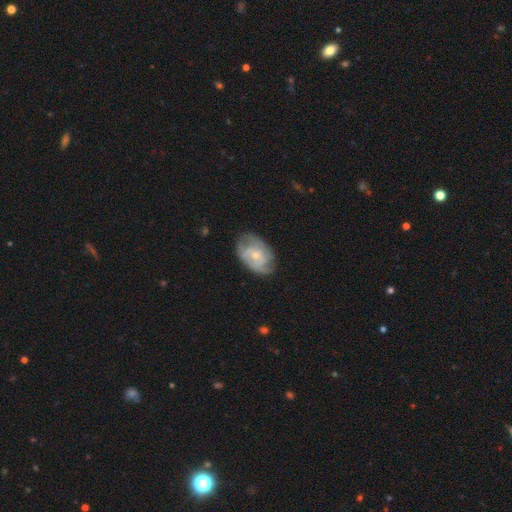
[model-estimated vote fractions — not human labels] smooth_or_featured: featured or disk (p=0.70) [alt: smooth p=0.25]
disk_edge_on: no (p=0.96) [alt: yes p=0.04]
bar: no (p=0.74) [alt: weak p=0.23]
has_spiral_arms: yes (p=0.80) [alt: no p=0.20]
spiral_winding: tight (p=0.51) [alt: medium p=0.36]
spiral_arm_count: can't tell (p=0.38) [alt: 2 p=0.32]
bulge_size: small (p=0.58) [alt: moderate p=0.38]
merging: none (p=0.64) [alt: minor disturbance p=0.25]